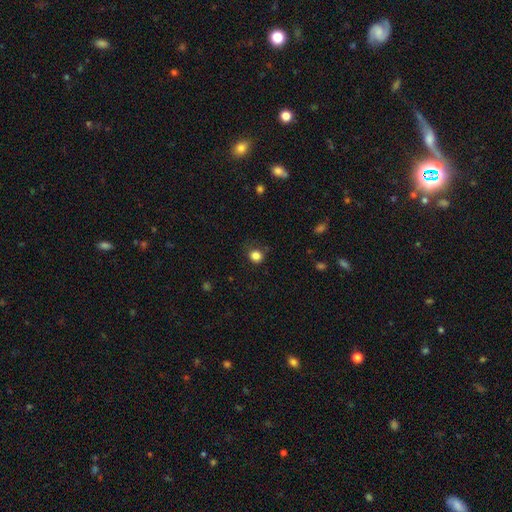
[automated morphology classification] This appears to be a smooth galaxy with no disk features (84%) that is round (78%). Merging: none (73%).